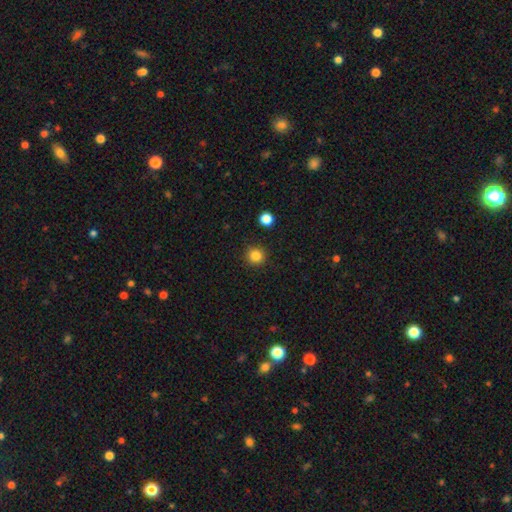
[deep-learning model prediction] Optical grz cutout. It shows a smooth galaxy with no disk features (84%) that is round (94%). Merging: none (91%).